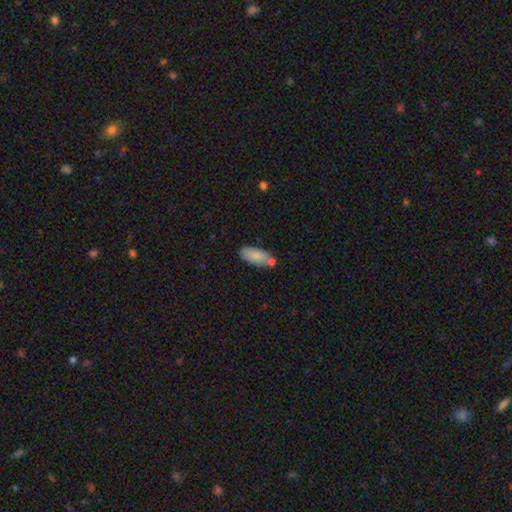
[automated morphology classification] Q: Smooth or featured?
A: smooth (84%); runner-up: featured or disk (10%)
Q: How rounded?
A: in between (80%); runner-up: cigar-shaped (18%)
Q: Merging?
A: none (60%); runner-up: minor disturbance (18%)